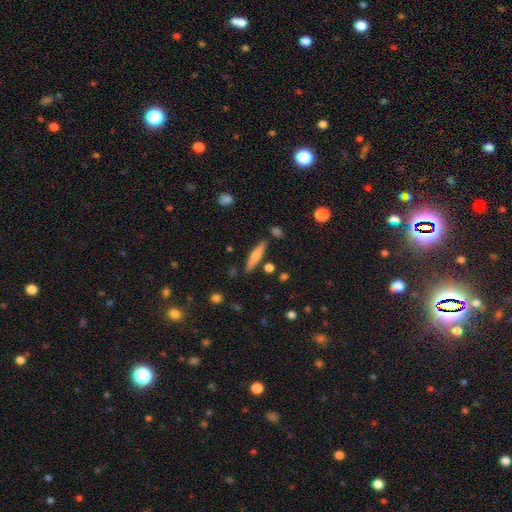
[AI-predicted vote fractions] Overall: smooth (59%; featured or disk 35%). How rounded: cigar-shaped (87%). Merging: none (83%).